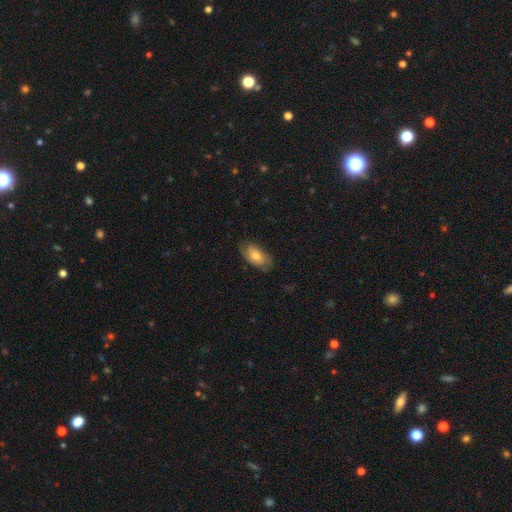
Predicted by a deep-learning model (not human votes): Morphology: type=smooth (62%); roundness=in between (91%); merging=none (72%).